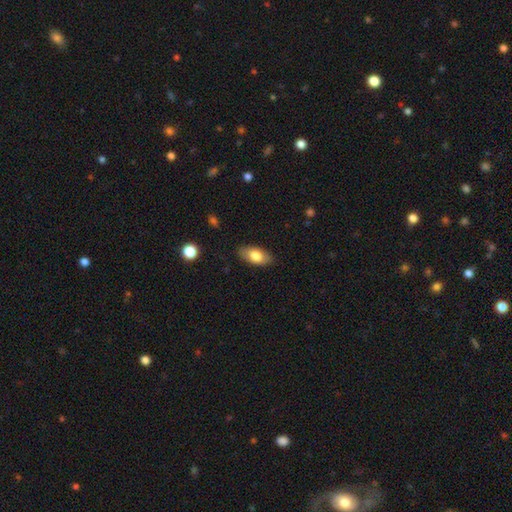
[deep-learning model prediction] Smooth or featured? Predicted: smooth (p=0.78). How rounded? Predicted: in between (p=0.91). Merging? Predicted: none (p=0.85).